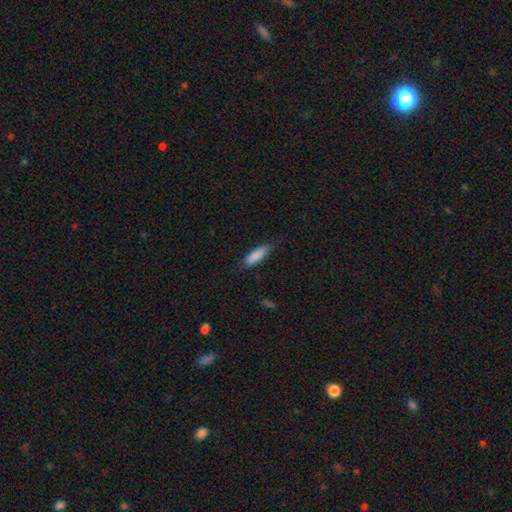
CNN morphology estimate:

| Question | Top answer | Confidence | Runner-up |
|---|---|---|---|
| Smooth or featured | smooth | 87% | featured or disk (7%) |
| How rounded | cigar-shaped | 58% | in between (40%) |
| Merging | none | 79% | minor disturbance (17%) |